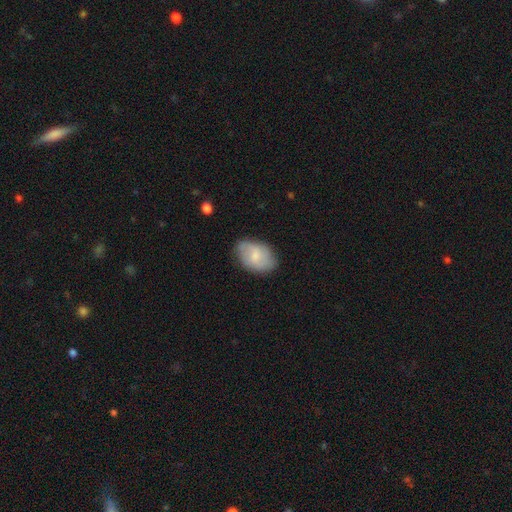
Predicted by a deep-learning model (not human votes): Smooth or featured?
  - smooth: 64% *
  - featured or disk: 30%
  - star or artifact: 6%
How rounded?
  - in between: 85% *
  - round: 14%
  - cigar-shaped: 1%
Merging?
  - none: 73% *
  - minor disturbance: 21%
  - major disturbance: 5%
  - merger: 1%